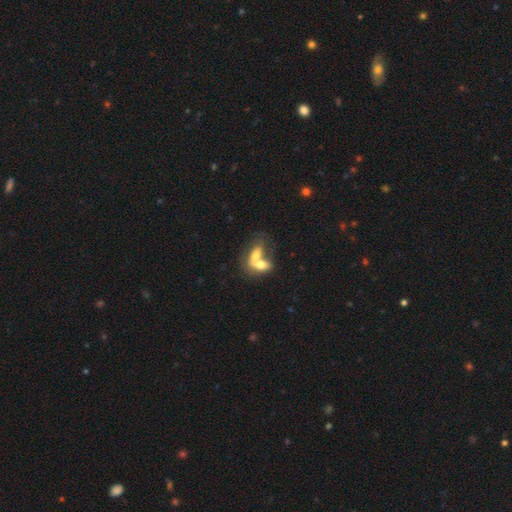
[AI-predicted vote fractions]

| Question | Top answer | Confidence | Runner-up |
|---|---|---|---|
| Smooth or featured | smooth | 62% | featured or disk (31%) |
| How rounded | in between | 81% | round (13%) |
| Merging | merger | 77% | none (12%) |